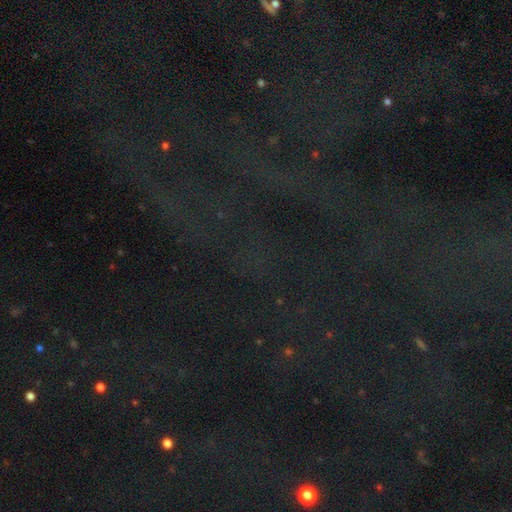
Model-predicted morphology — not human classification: Overall: star or artifact (78%).